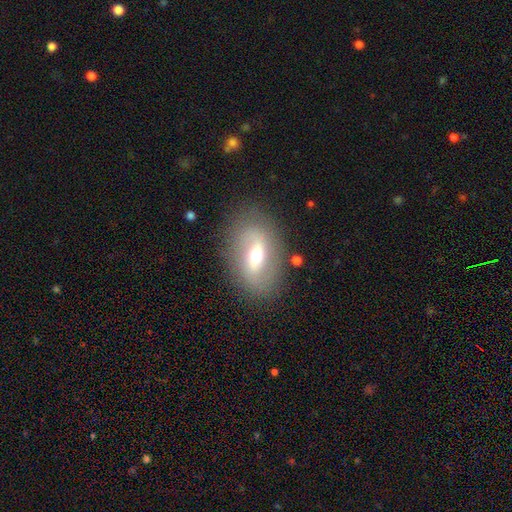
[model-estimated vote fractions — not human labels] Smooth or featured? featured or disk (56%)
Edge-on disk? no (88%)
Merging? none (80%)